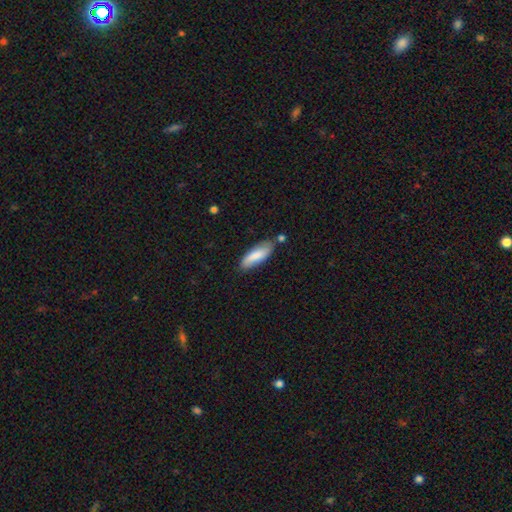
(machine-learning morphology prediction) Overall: smooth (76%). How rounded: in between (64%; cigar-shaped 35%). Merging: none (72%).